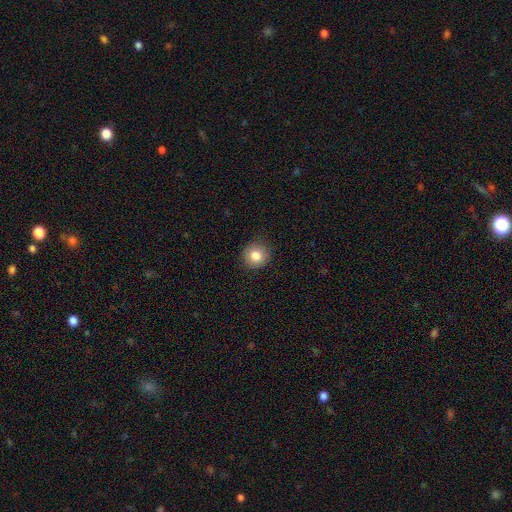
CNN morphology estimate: Smooth or featured? Predicted: smooth (p=0.83). How rounded? Predicted: round (p=0.92). Merging? Predicted: none (p=0.88).